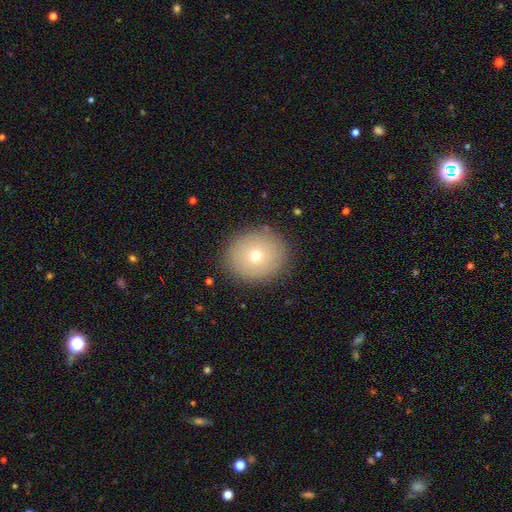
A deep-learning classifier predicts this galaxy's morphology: smooth_or_featured: smooth (p=0.68) [alt: featured or disk p=0.20]
how_rounded: round (p=0.85) [alt: in between p=0.14]
merging: none (p=0.88) [alt: minor disturbance p=0.08]